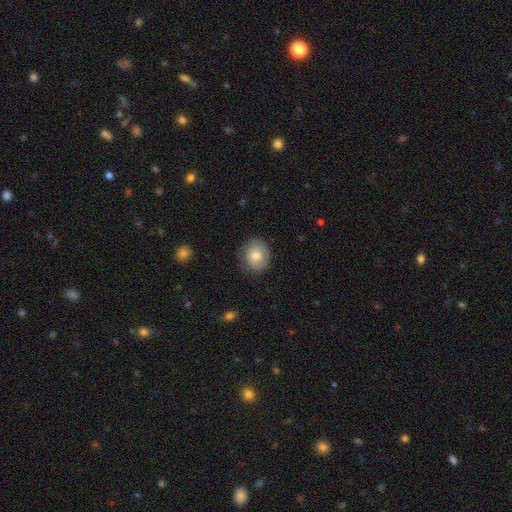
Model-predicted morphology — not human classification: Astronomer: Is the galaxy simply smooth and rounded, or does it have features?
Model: smooth — 78%.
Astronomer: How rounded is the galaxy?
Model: round — 77%.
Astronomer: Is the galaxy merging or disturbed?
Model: none — 81%.